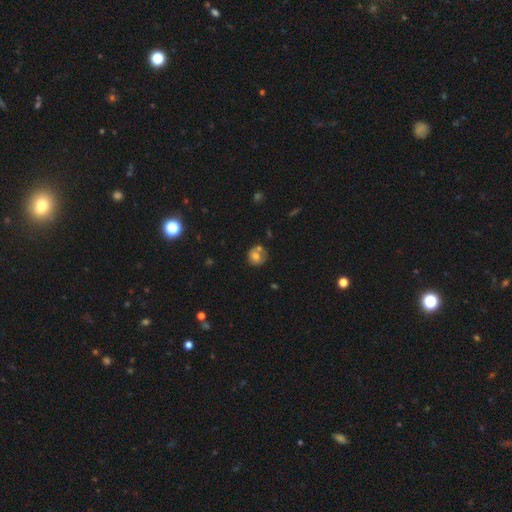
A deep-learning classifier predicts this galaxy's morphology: Smooth or featured? Predicted: smooth (p=0.67). How rounded? Predicted: round (p=0.82). Merging? Predicted: none (p=0.50).